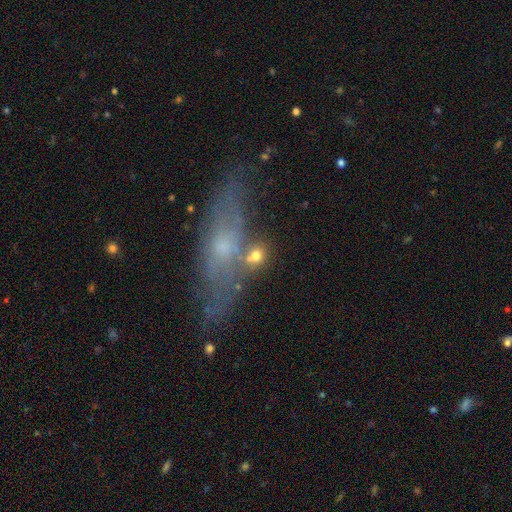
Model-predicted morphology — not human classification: This appears to be a smooth galaxy with no disk features (60%) that is round (47%). Merging: none (53%).